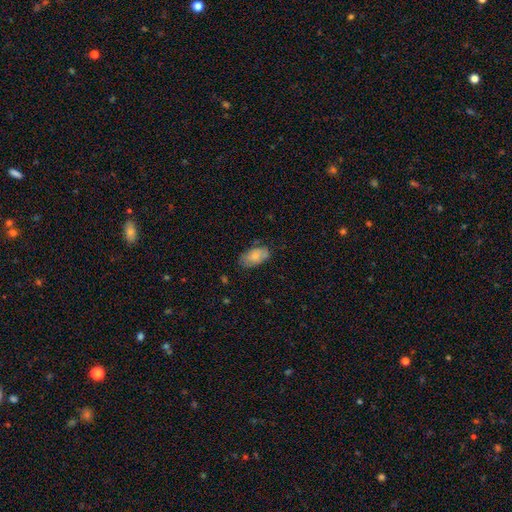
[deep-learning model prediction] smooth-or-featured: smooth: 77% | featured or disk: 17% | star or artifact: 7%
  how-rounded: in between: 94% | round: 3% | cigar-shaped: 2%
  merging: none: 72% | minor disturbance: 22% | major disturbance: 5% | merger: 2%